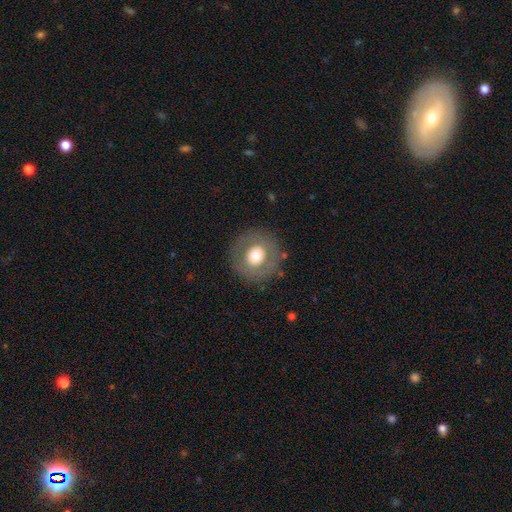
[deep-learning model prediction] smooth_or_featured: smooth (p=0.60) [alt: featured or disk p=0.32]
how_rounded: round (p=0.94) [alt: in between p=0.05]
merging: none (p=0.86) [alt: minor disturbance p=0.08]